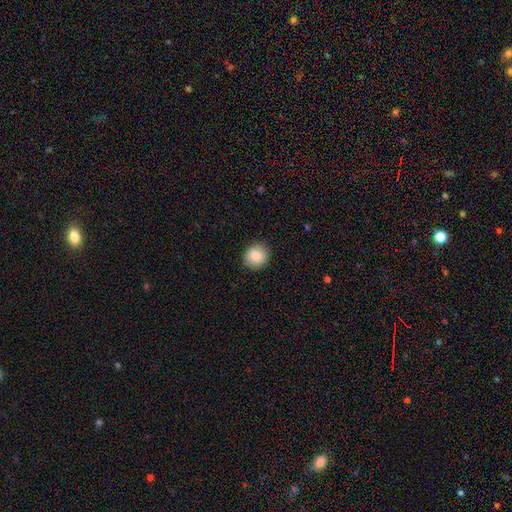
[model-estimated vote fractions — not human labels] Q: Smooth or featured?
A: smooth (83%); runner-up: featured or disk (9%)
Q: How rounded?
A: round (87%); runner-up: in between (12%)
Q: Merging?
A: none (91%); runner-up: minor disturbance (7%)